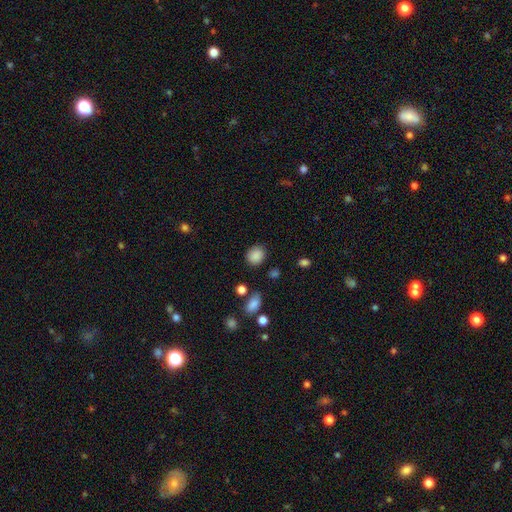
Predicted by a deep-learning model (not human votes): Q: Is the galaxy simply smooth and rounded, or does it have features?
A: smooth — 87%.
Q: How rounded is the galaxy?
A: round — 69%.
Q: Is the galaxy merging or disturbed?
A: none — 84%.